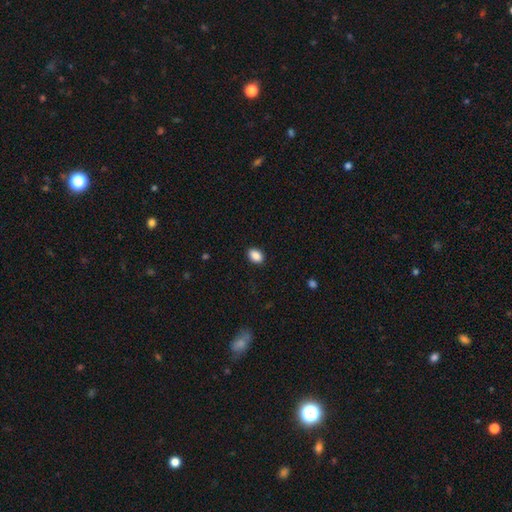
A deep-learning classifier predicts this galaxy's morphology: This appears to be a smooth galaxy with no disk features (89%) that is in between round and cigar-shaped (81%). Merging: none (89%).